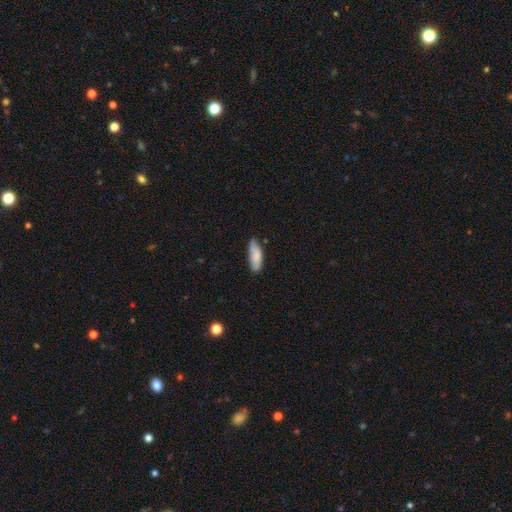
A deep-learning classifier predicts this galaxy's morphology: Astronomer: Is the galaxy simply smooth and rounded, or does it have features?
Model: smooth — 80%.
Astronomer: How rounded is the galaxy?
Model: in between — 62% (runner-up: cigar-shaped, 37%).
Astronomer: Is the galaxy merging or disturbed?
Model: none — 68%.